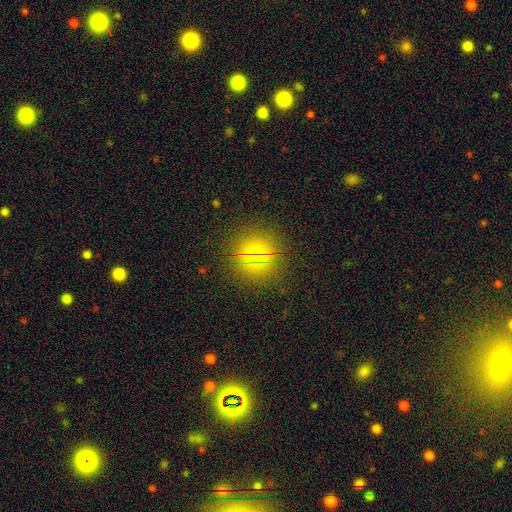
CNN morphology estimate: This is likely a smooth galaxy (66%). How rounded: clearly round (93%). Merging: clearly none (88%).